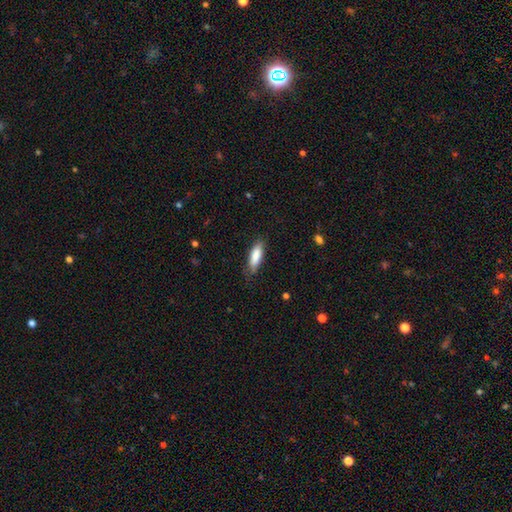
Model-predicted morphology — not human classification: The model was most divided on "how rounded": in between: 54%, cigar-shaped: 45%, round: 2%. More confident: smooth or featured — smooth (84%); merging — none (76%).